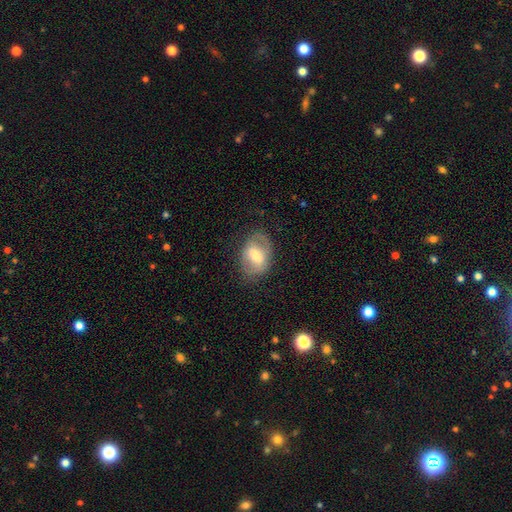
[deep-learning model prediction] Smooth or featured? featured or disk (48%)
Merging? none (70%)